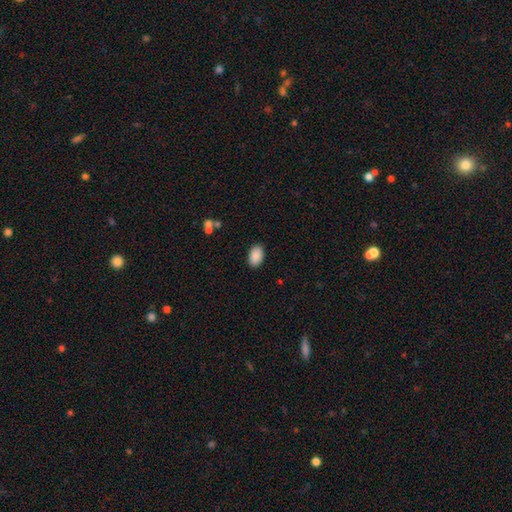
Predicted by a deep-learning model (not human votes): smooth 89%, star or artifact 7%, featured or disk 4%. Down the decision tree: how rounded — in between (92%); merging — none (89%).